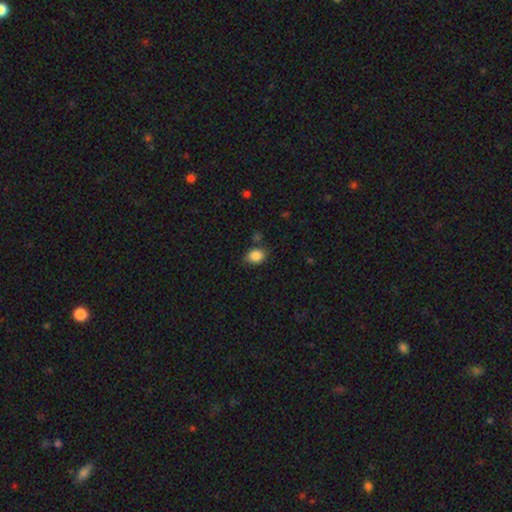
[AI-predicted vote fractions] Smooth or featured? smooth (86%)
How rounded? in between (60%)
Merging? none (75%)